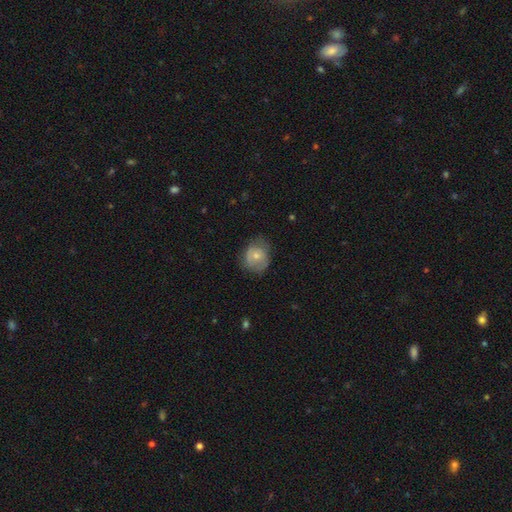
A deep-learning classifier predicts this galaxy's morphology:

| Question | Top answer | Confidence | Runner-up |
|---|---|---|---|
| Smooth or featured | smooth | 64% | featured or disk (29%) |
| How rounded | round | 70% | in between (29%) |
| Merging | none | 59% | minor disturbance (29%) |